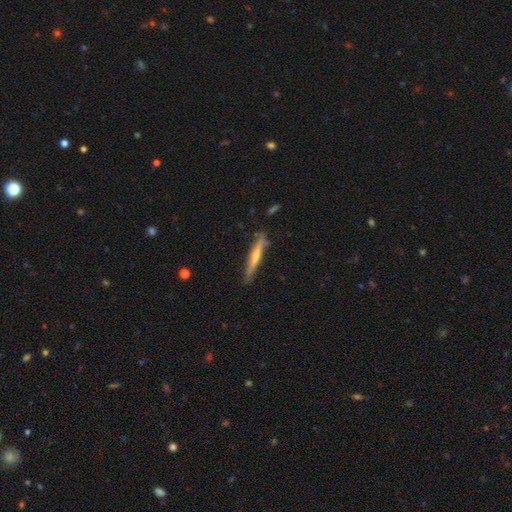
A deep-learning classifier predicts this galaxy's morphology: A featured or disk galaxy (57%) viewed edge-on (93%) with a rounded central bulge (68%). Merging: none (83%).